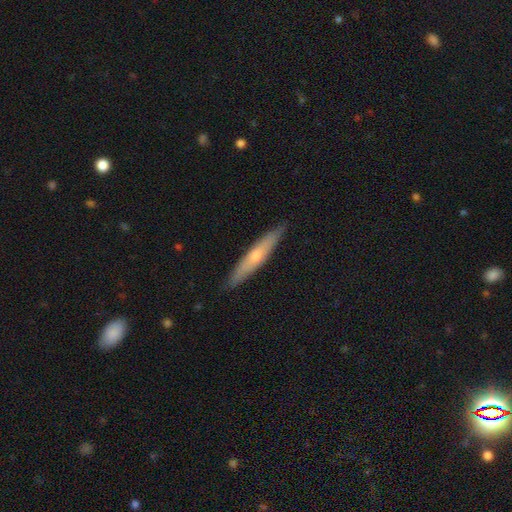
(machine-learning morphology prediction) smooth_or_featured: featured or disk (p=0.47) [tied with: smooth p=0.47]
merging: none (p=0.89) [alt: minor disturbance p=0.09]